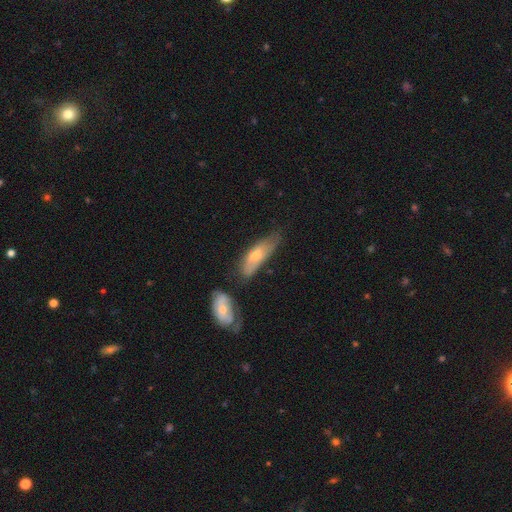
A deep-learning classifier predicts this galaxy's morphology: This appears to be a smooth galaxy with no disk features (58%) that is in between round and cigar-shaped (57%). Merging: none (44%).